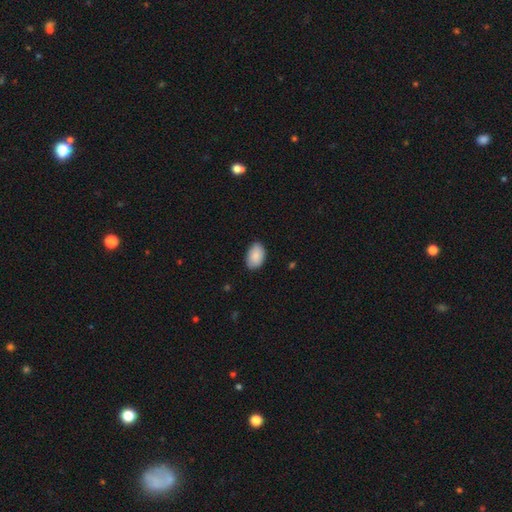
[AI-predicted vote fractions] Smooth or featured: smooth — 89% (star or artifact — 6%)
How rounded: in between — 91% (round — 8%)
Merging: none — 85% (minor disturbance — 12%)